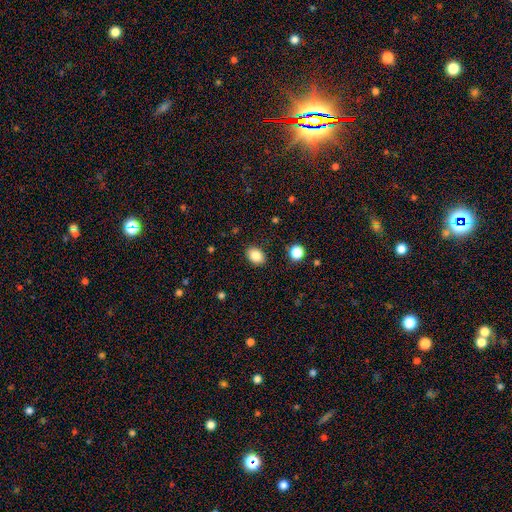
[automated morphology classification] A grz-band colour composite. It shows a smooth galaxy with no disk features (85%) that is in between round and cigar-shaped (73%). Merging: none (87%).